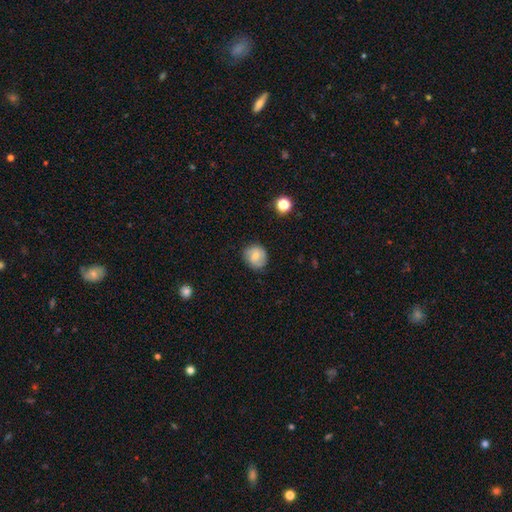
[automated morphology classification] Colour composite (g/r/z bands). It shows a smooth galaxy with no disk features (59%) that is round (79%). Merging: none (80%).